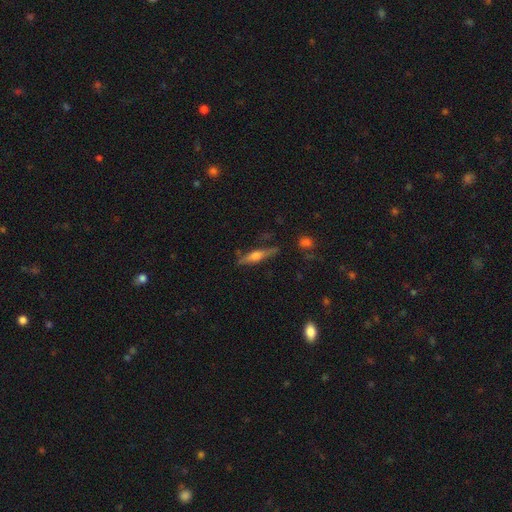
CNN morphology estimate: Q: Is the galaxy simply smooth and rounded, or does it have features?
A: featured or disk — 63%.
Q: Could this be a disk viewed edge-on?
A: yes — 96%.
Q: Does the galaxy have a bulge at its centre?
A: rounded — 85%.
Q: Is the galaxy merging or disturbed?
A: none — 84%.